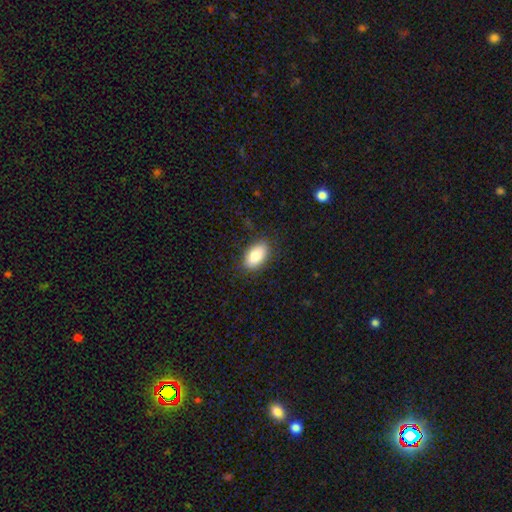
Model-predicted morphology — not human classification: Overall: smooth (84%). How rounded: in between (92%). Merging: none (85%).